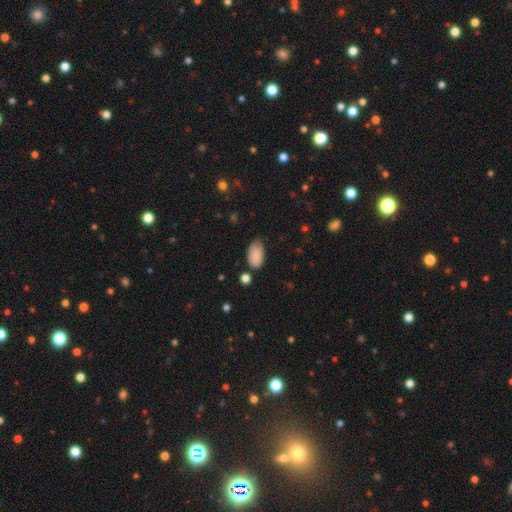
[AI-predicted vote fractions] Smooth or featured?
  - smooth: 87% *
  - star or artifact: 7%
  - featured or disk: 6%
How rounded?
  - in between: 94% *
  - round: 4%
  - cigar-shaped: 2%
Merging?
  - none: 55% *
  - minor disturbance: 35%
  - major disturbance: 7%
  - merger: 3%